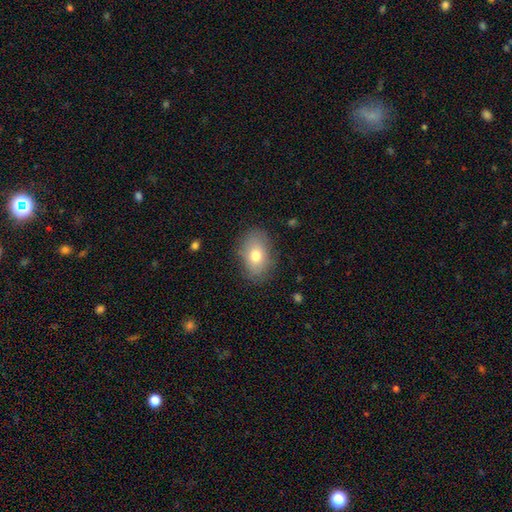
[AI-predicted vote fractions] Smooth or featured? smooth (75%)
How rounded? in between (82%)
Merging? none (82%)